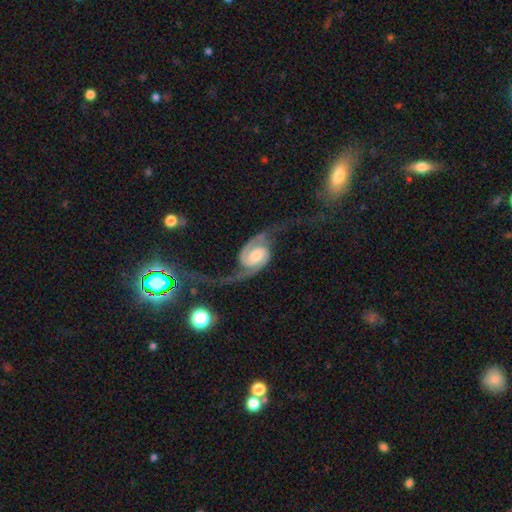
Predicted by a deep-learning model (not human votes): featured or disk 90%, smooth 6%, star or artifact 4%. Down the decision tree: edge-on disk — no (98%); bar — no (45%); spiral arms — yes (97%); spiral arm count — 2 (94%); spiral winding — loose (60%); bulge size — moderate (34%); merging — none (49%).